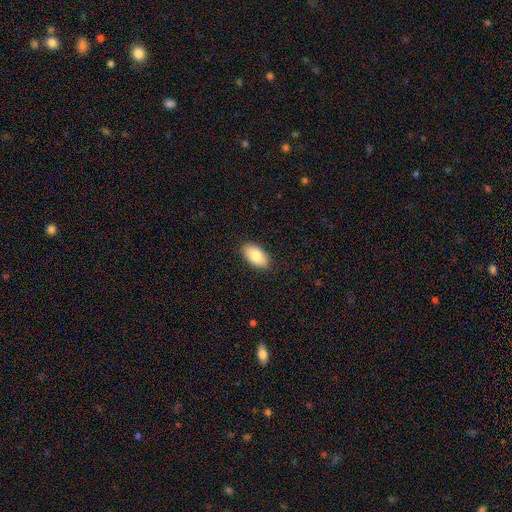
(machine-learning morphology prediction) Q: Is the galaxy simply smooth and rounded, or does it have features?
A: smooth — 85%.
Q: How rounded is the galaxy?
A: in between — 95%.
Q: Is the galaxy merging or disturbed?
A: none — 89%.